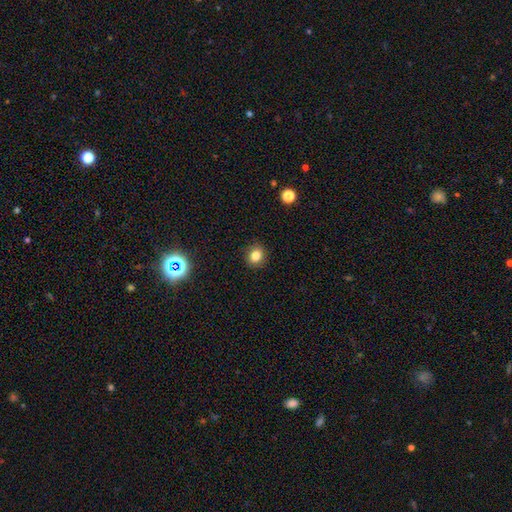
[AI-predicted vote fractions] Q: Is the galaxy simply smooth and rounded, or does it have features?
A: smooth — 81%.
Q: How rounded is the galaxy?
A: round — 71%.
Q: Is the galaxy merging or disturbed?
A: none — 90%.